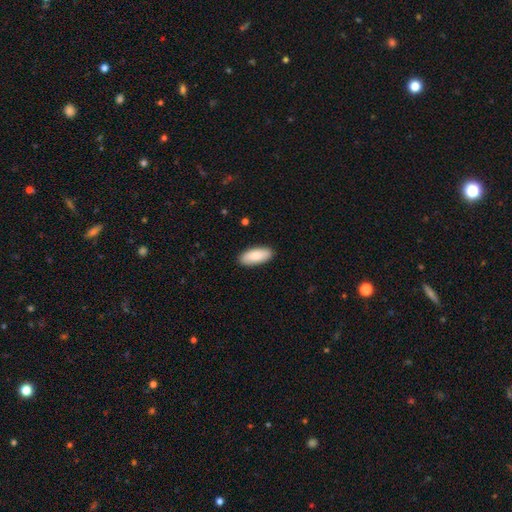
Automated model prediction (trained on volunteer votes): Overall: smooth (84%). How rounded: in between (86%). Merging: none (89%).